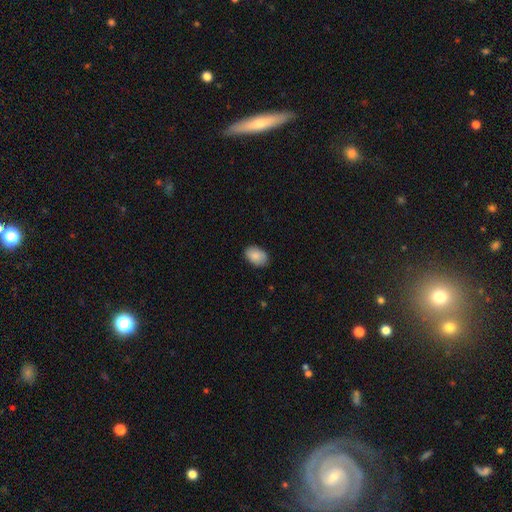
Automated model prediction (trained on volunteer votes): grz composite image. It shows a smooth galaxy with no disk features (87%) that is in between round and cigar-shaped (87%). Merging: none (85%).